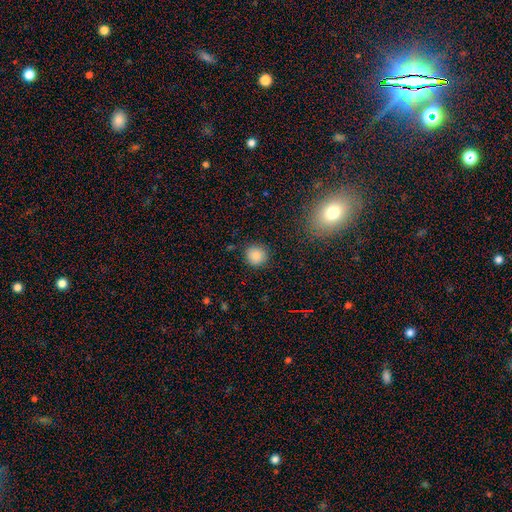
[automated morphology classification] A smooth galaxy with no disk features (86%) that is round (90%).

Vote fractions:
- Smooth or featured? smooth: 86% / star or artifact: 10% / featured or disk: 4%
- How rounded? round: 90% / in between: 9% / cigar-shaped: 1%
- Merging? none: 87% / minor disturbance: 8% / major disturbance: 3% / merger: 2%